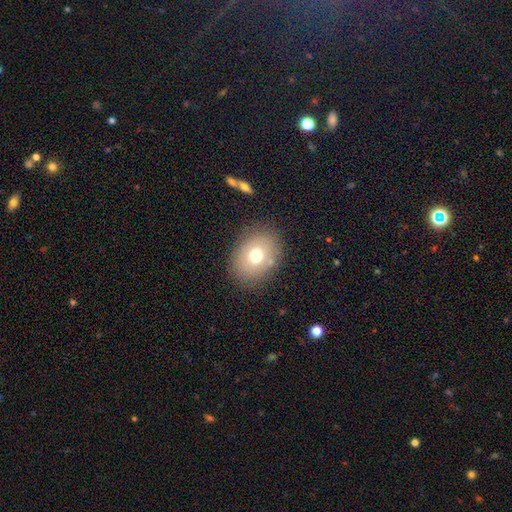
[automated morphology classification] This is likely a smooth galaxy (71%). How rounded: possibly in between (59%). Merging: clearly none (83%).